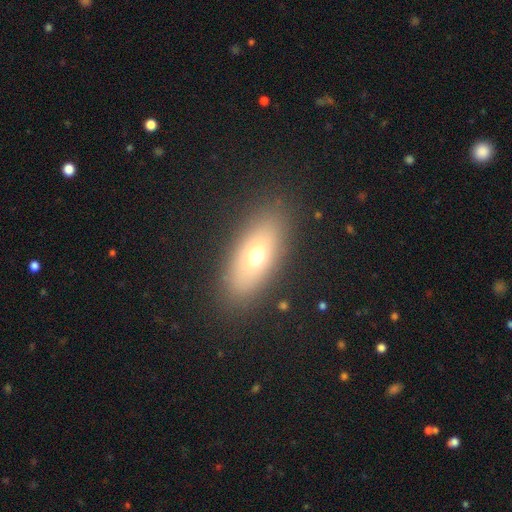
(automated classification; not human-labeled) This appears to be a smooth galaxy with no disk features (65%) that is in between round and cigar-shaped (79%). Merging: none (85%).